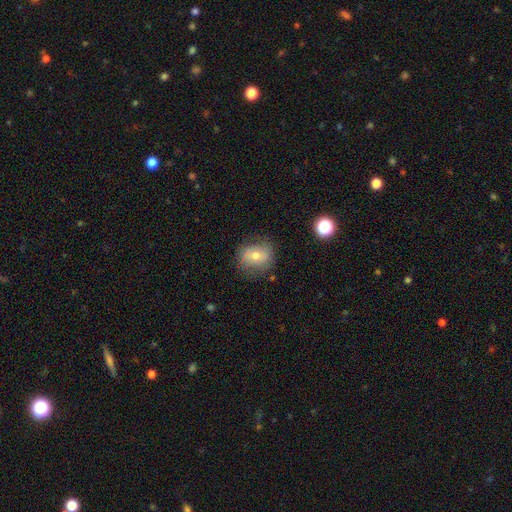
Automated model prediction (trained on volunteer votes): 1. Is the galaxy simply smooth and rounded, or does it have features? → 62% smooth, 28% featured or disk, 10% star or artifact.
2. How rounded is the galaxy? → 57% round, 42% in between, 1% cigar-shaped.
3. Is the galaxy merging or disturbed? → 70% none, 21% minor disturbance, 7% major disturbance, 2% merger.